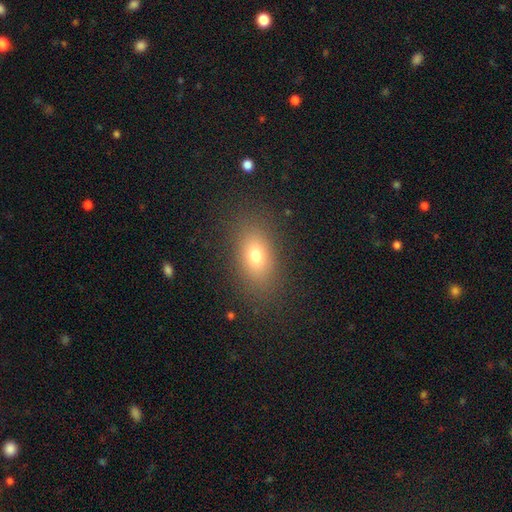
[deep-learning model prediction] A smooth galaxy with no disk features (73%) that is in between round and cigar-shaped (83%). Merging: none (85%).